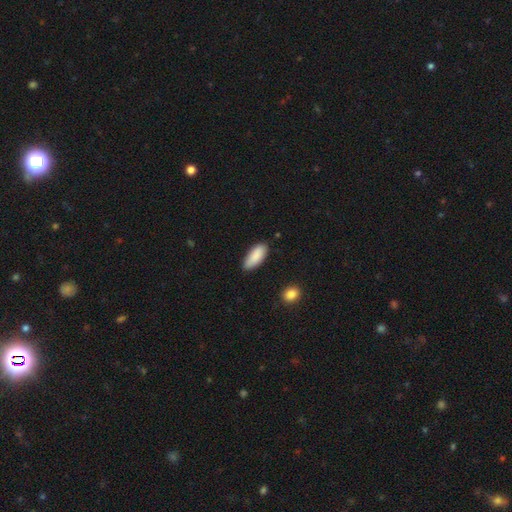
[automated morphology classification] Smooth or featured: smooth — 89% (star or artifact — 6%)
How rounded: in between — 80% (cigar-shaped — 19%)
Merging: none — 80% (minor disturbance — 15%)